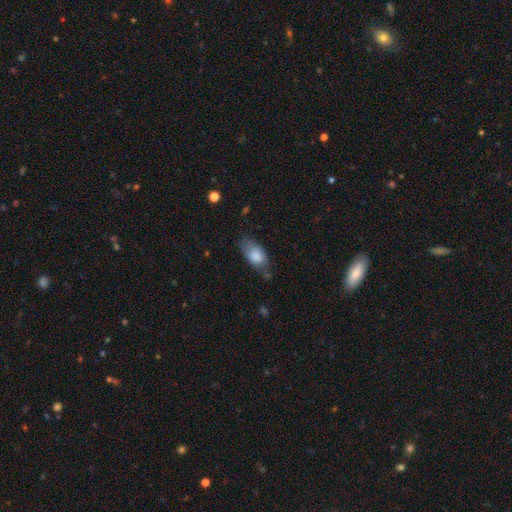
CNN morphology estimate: smooth-or-featured: smooth: 81% | featured or disk: 12% | star or artifact: 7%
  how-rounded: in between: 89% | round: 7% | cigar-shaped: 5%
  merging: none: 57% | minor disturbance: 29% | major disturbance: 10% | merger: 4%